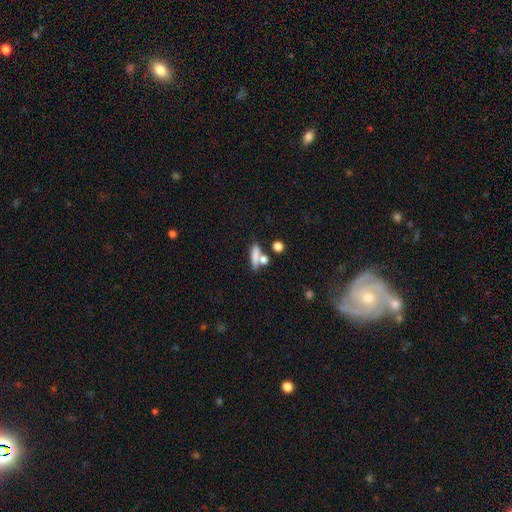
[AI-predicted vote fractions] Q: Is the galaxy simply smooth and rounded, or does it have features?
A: smooth — 73%.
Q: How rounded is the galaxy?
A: cigar-shaped — 55%.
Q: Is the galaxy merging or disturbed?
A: none — 51%.